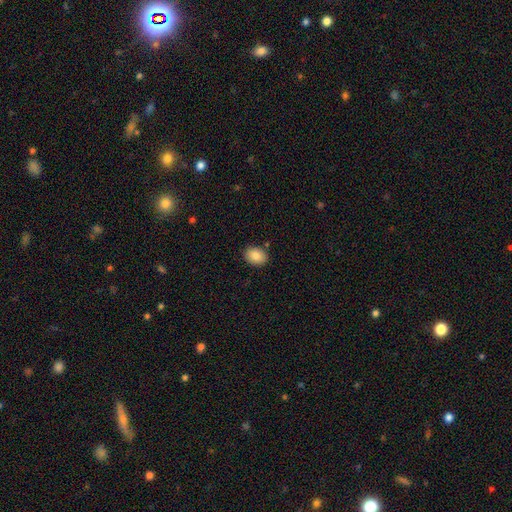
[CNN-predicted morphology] Smooth or featured? Predicted: smooth (p=0.87). How rounded? Predicted: in between (p=0.70). Merging? Predicted: none (p=0.87).